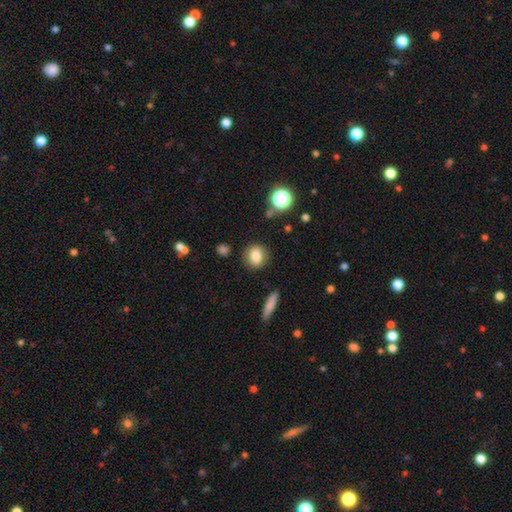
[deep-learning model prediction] The model was most divided on "how rounded": round: 74%, in between: 24%, cigar-shaped: 2%. More confident: merging — none (85%); smooth or featured — smooth (81%).